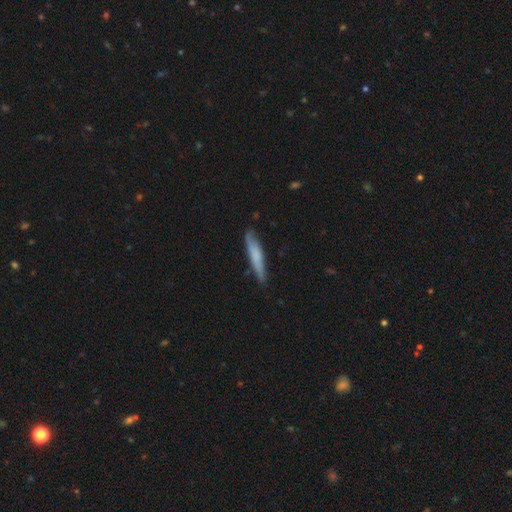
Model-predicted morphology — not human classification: smooth_or_featured: smooth (p=0.60) [alt: featured or disk p=0.34]
how_rounded: cigar-shaped (p=0.90) [alt: in between p=0.09]
merging: none (p=0.77) [alt: minor disturbance p=0.18]